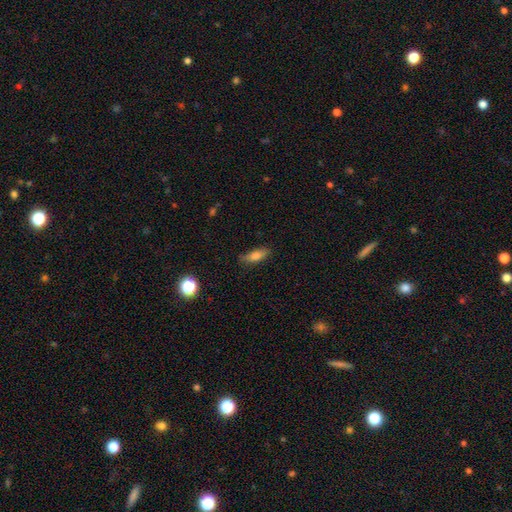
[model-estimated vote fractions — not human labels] This is likely a smooth galaxy (75%). How rounded: likely in between (61%). Merging: likely none (80%).